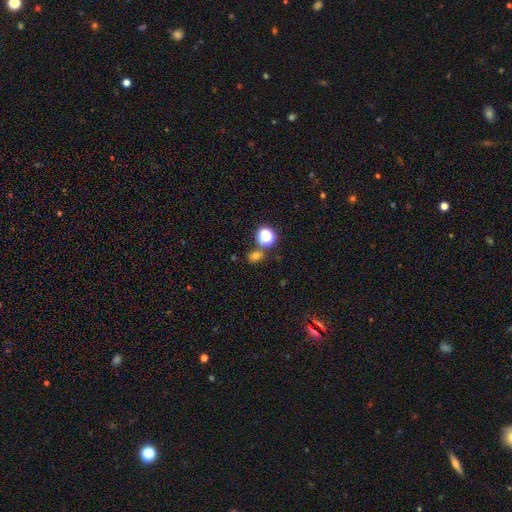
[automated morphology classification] type=smooth (65%); roundness=in between (53%); merging=none (71%).